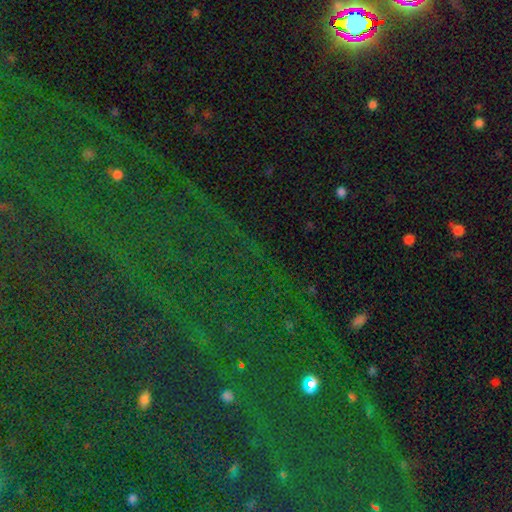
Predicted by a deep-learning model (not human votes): smooth_or_featured: star or artifact (p=0.80) [alt: smooth p=0.11]